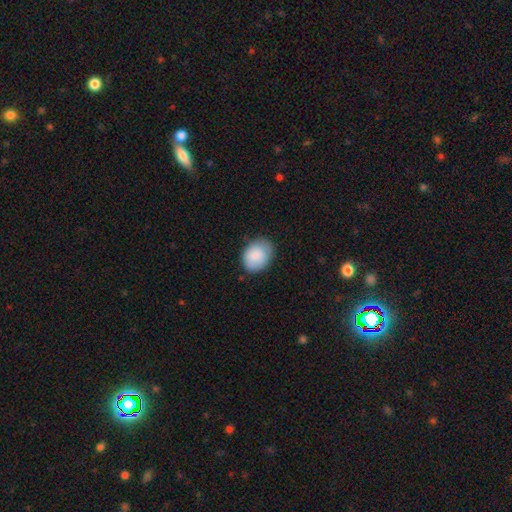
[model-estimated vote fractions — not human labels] smooth_or_featured: smooth (p=0.85) [alt: featured or disk p=0.08]
how_rounded: in between (p=0.59) [alt: round p=0.41]
merging: none (p=0.74) [alt: minor disturbance p=0.21]